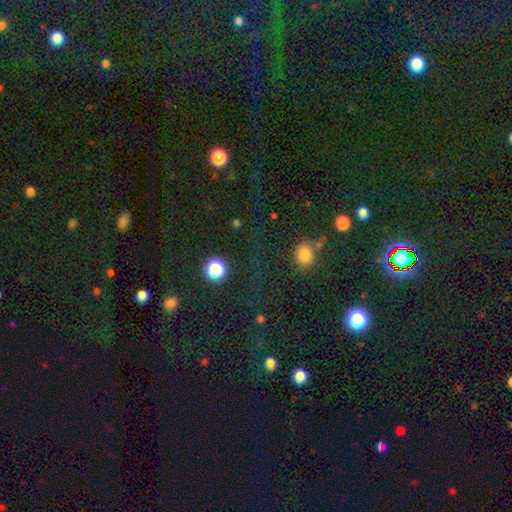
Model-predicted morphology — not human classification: Smooth or featured? star or artifact (58%)